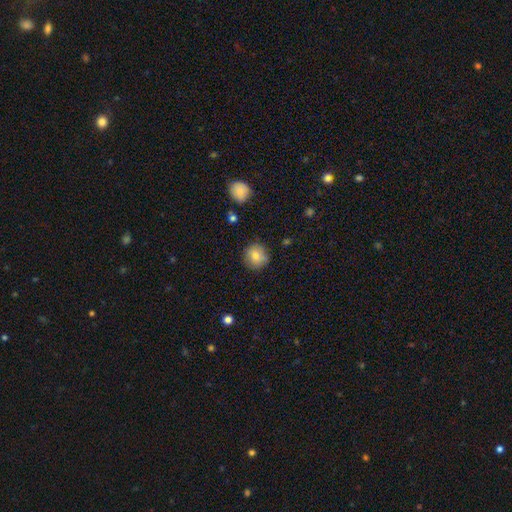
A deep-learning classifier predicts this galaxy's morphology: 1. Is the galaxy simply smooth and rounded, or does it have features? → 77% smooth, 14% featured or disk, 9% star or artifact.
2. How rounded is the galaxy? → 92% round, 7% in between, 1% cigar-shaped.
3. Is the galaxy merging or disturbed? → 84% none, 12% minor disturbance, 3% major disturbance, 1% merger.